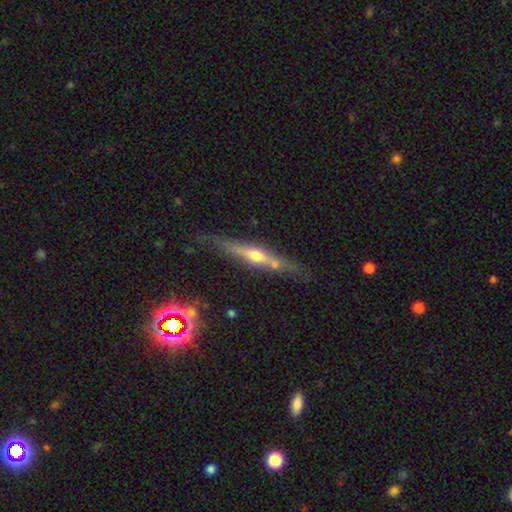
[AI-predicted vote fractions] Smooth or featured? Predicted: featured or disk (p=0.72). Edge-on disk? Predicted: yes (p=0.93). Edge-on bulge? Predicted: rounded (p=0.88). Merging? Predicted: none (p=0.74).